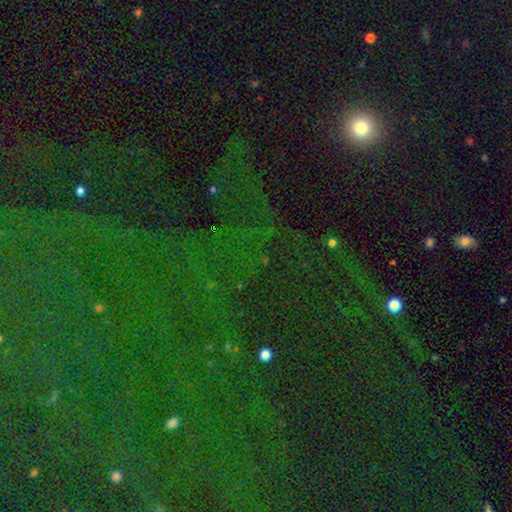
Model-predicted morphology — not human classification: Q: Smooth or featured?
A: star or artifact (74%); runner-up: smooth (17%)